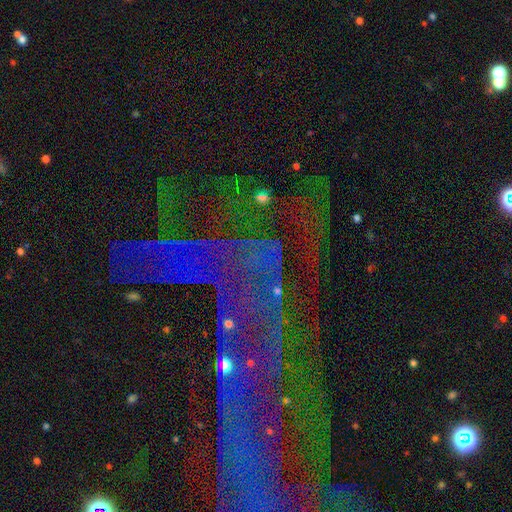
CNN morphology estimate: This appears to be a star or artifact, not a galaxy (70%).